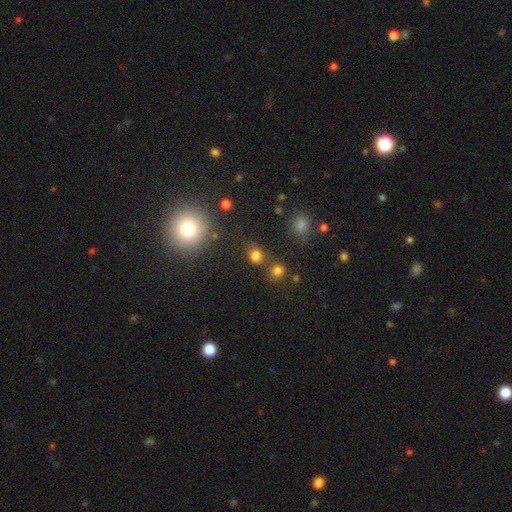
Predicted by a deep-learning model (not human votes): Smooth or featured? smooth (75%)
How rounded? round (67%)
Merging? none (68%)